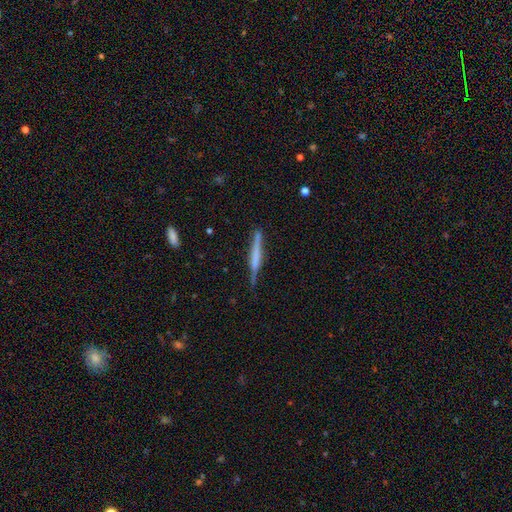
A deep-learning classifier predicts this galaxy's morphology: smooth-or-featured: featured or disk: 53% | smooth: 40% | star or artifact: 6%
  disk-edge-on: yes: 97% | no: 3%
    edge-on-bulge: none: 53% | boxy: 25% | rounded: 23%
  merging: none: 77% | minor disturbance: 17% | major disturbance: 3% | merger: 2%